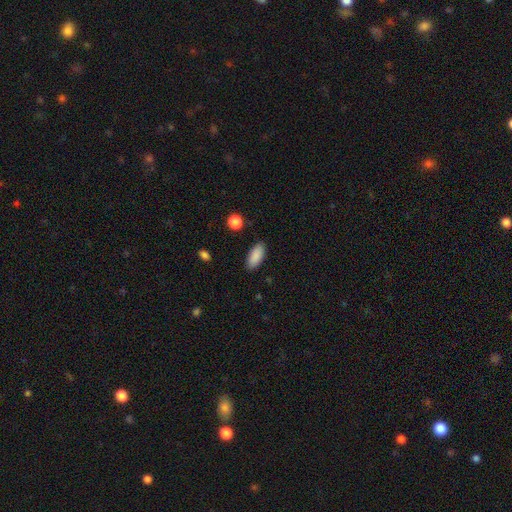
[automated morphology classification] Smooth or featured? Predicted: smooth (p=0.89). How rounded? Predicted: in between (p=0.86). Merging? Predicted: none (p=0.88).